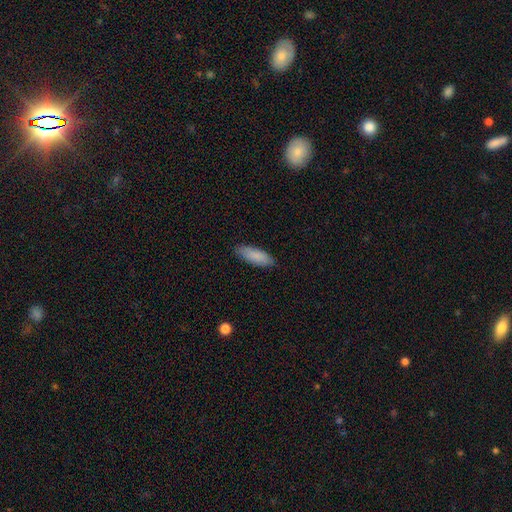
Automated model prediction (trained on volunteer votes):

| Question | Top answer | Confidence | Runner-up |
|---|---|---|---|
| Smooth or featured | smooth | 87% | featured or disk (7%) |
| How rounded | in between | 69% | cigar-shaped (30%) |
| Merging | none | 86% | minor disturbance (11%) |